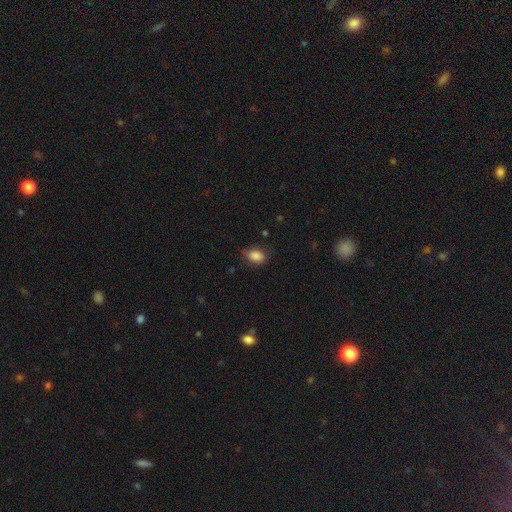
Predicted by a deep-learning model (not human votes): smooth_or_featured: smooth (p=0.87) [alt: star or artifact p=0.08]
how_rounded: in between (p=0.87) [alt: round p=0.11]
merging: none (p=0.75) [alt: minor disturbance p=0.20]